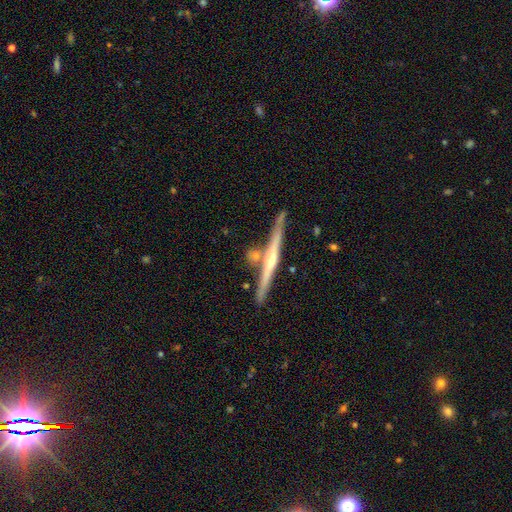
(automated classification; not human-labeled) A featured or disk galaxy (67%) viewed edge-on (96%) with a rounded central bulge (63%).

Vote fractions:
- Smooth or featured? featured or disk: 67% / smooth: 27% / star or artifact: 7%
- Edge-on disk? yes: 96% / no: 4%
- Edge-on bulge? rounded: 63% / none: 28% / boxy: 9%
- Merging? none: 71% / merger: 14% / minor disturbance: 12% / major disturbance: 3%